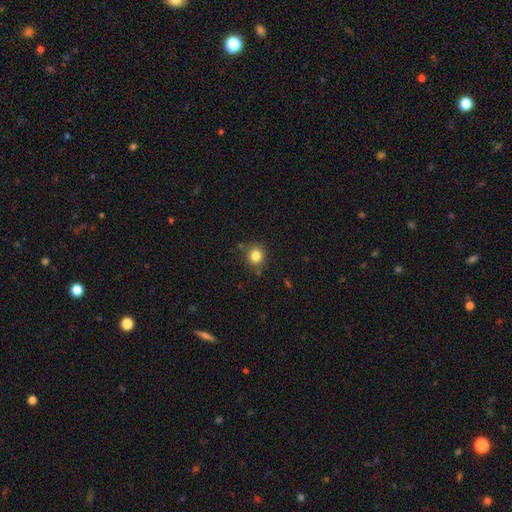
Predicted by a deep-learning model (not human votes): Q: Smooth or featured?
A: smooth (83%); runner-up: star or artifact (11%)
Q: How rounded?
A: round (90%); runner-up: in between (9%)
Q: Merging?
A: none (83%); runner-up: minor disturbance (10%)